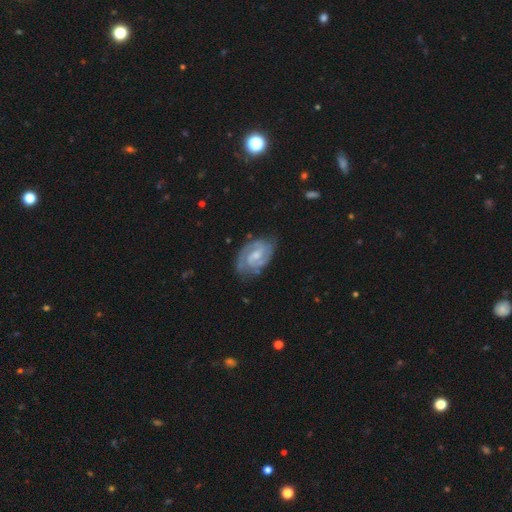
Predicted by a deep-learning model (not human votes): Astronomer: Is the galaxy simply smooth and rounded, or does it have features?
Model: featured or disk — 87%.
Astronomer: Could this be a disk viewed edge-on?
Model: no — 97%.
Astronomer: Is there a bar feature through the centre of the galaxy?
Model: weak — 56% (runner-up: no, 32%).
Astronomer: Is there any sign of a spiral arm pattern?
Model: yes — 97%.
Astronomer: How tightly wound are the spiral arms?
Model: tight — 51% (runner-up: medium, 41%).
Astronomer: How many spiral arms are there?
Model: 2 — 86%.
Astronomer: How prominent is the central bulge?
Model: small — 49% (runner-up: moderate, 39%).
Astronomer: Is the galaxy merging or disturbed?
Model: none — 75%.